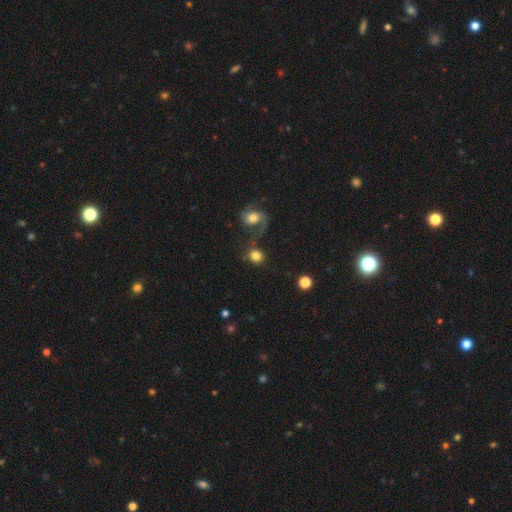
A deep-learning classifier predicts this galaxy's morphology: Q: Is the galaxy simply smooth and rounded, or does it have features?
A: smooth — 74%.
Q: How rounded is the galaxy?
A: round — 87%.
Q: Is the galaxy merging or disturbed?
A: none — 60%.